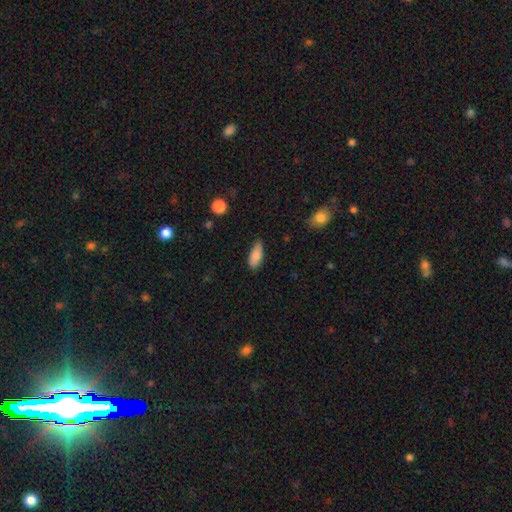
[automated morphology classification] The model was most divided on "merging": none: 71%, minor disturbance: 24%, major disturbance: 3%, merger: 1%. More confident: smooth or featured — smooth (85%); how rounded — in between (82%).